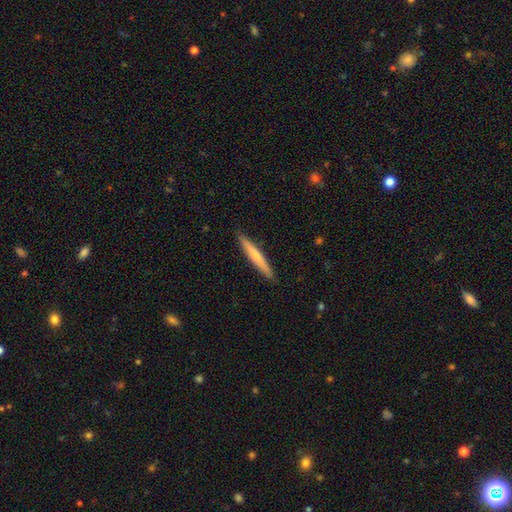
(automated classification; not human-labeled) Smooth or featured? Predicted: smooth (p=0.60). How rounded? Predicted: cigar-shaped (p=0.96). Merging? Predicted: none (p=0.91).